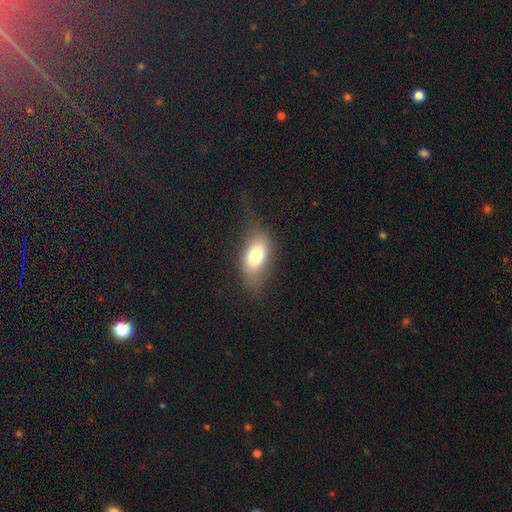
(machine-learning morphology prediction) Smooth or featured? smooth (76%)
How rounded? in between (89%)
Merging? none (61%)